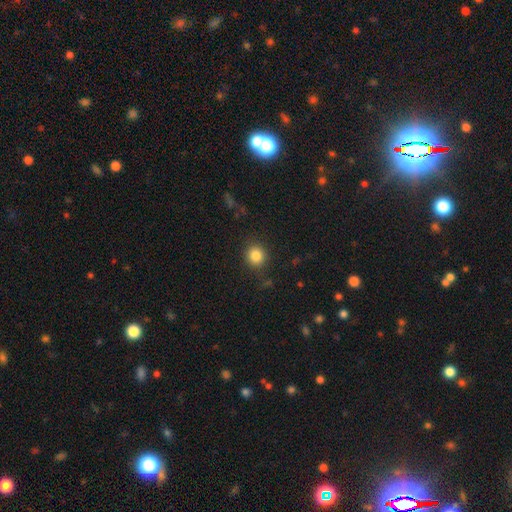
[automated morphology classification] The model was most divided on "how rounded": round: 86%, in between: 13%, cigar-shaped: 1%. More confident: merging — none (87%); smooth or featured — smooth (84%).